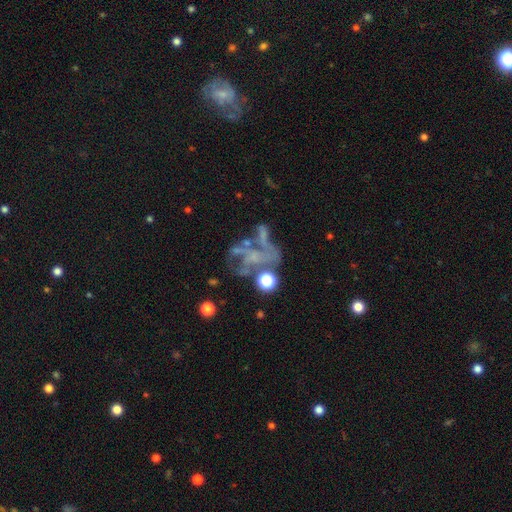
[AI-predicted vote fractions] Smooth or featured? featured or disk (58%)
Edge-on disk? no (96%)
Bar? no (85%)
Spiral arms? no (77%)
Bulge size? none (67%)
Merging? none (34%, tied with major disturbance)